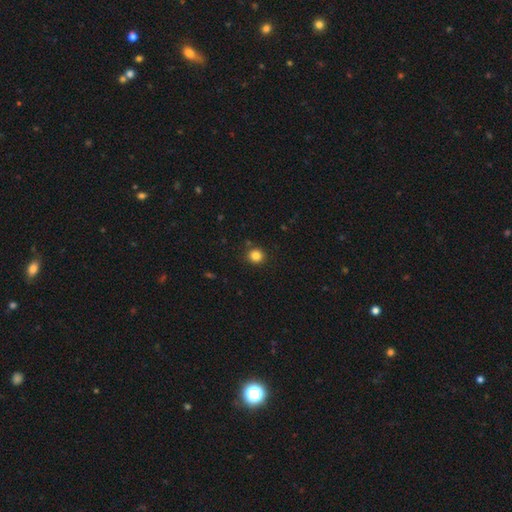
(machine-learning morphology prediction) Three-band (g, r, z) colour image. It shows a smooth galaxy with no disk features (83%) that is round (92%). Merging: none (89%).